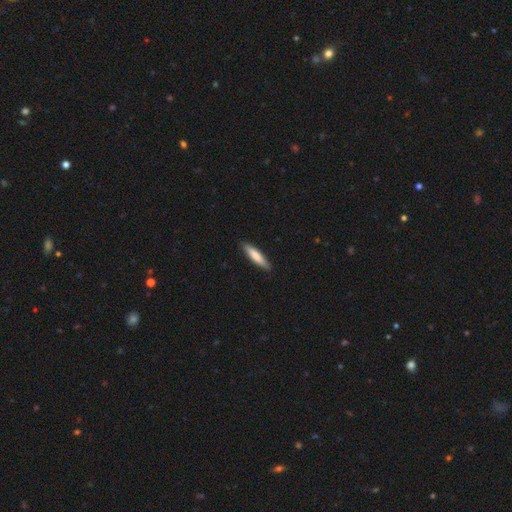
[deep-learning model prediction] The model was most divided on "smooth or featured": smooth: 79%, featured or disk: 16%, star or artifact: 5%. More confident: merging — none (89%); how rounded — cigar-shaped (82%).